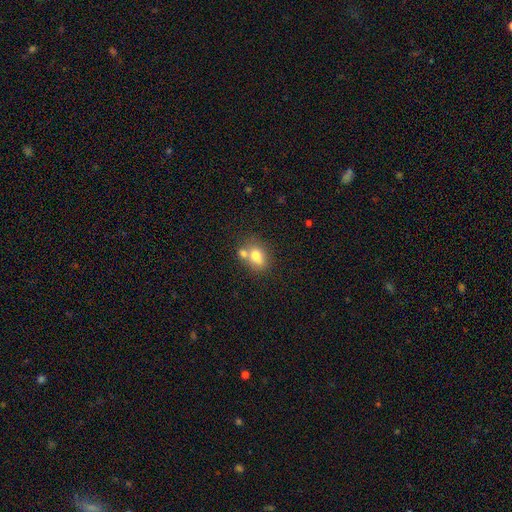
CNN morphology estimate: A smooth galaxy with no disk features (74%) that is in between round and cigar-shaped (59%). Merging: none (45%).